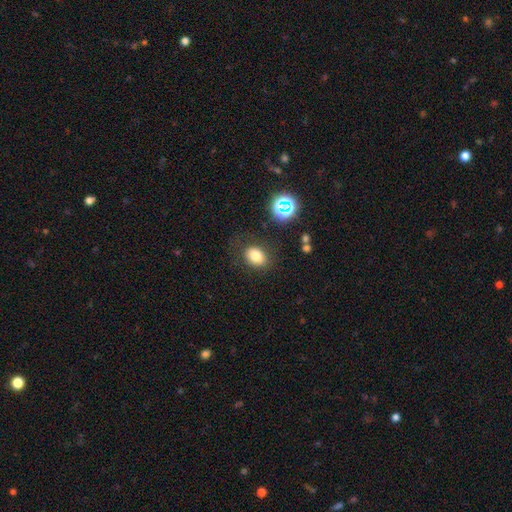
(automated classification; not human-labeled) The model was most divided on "how rounded": in between: 62%, round: 37%, cigar-shaped: 1%. More confident: merging — none (78%); smooth or featured — smooth (77%).